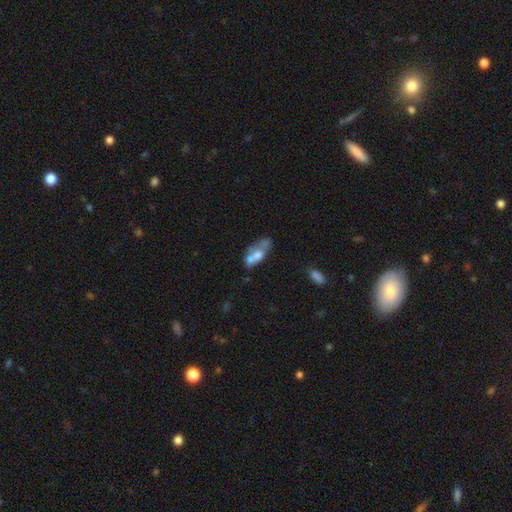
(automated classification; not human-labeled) This is possibly a smooth galaxy (51%). How rounded: clearly in between (81%). Merging: marginally merger (45%).